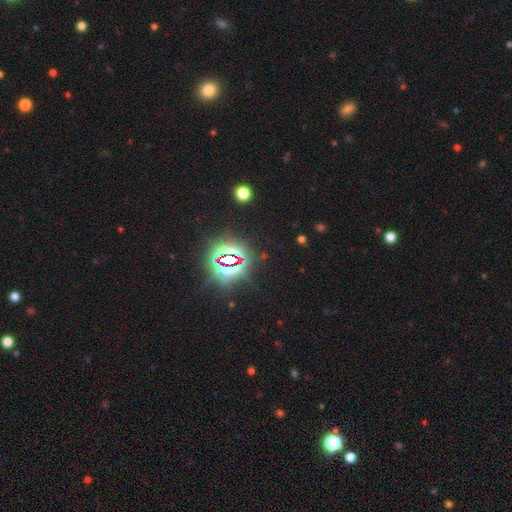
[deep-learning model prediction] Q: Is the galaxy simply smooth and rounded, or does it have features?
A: star or artifact — 83%.